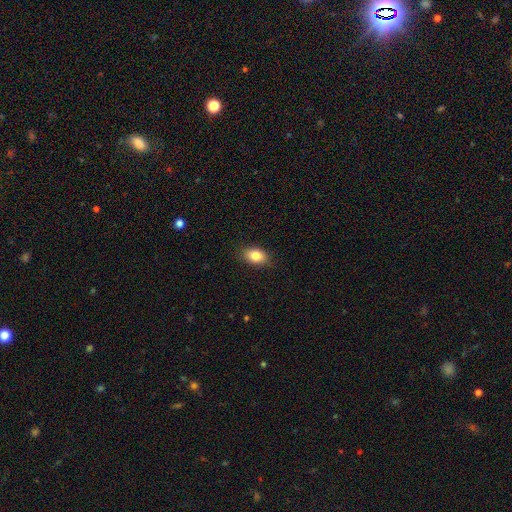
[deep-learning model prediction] smooth 84%, star or artifact 8%, featured or disk 7%. Down the decision tree: how rounded — in between (83%); merging — none (86%).